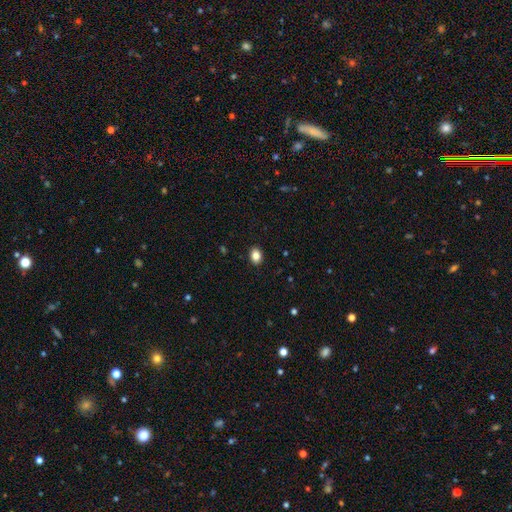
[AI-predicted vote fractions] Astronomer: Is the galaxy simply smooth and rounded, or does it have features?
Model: smooth — 86%.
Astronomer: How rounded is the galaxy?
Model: in between — 68%.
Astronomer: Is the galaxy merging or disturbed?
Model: none — 90%.